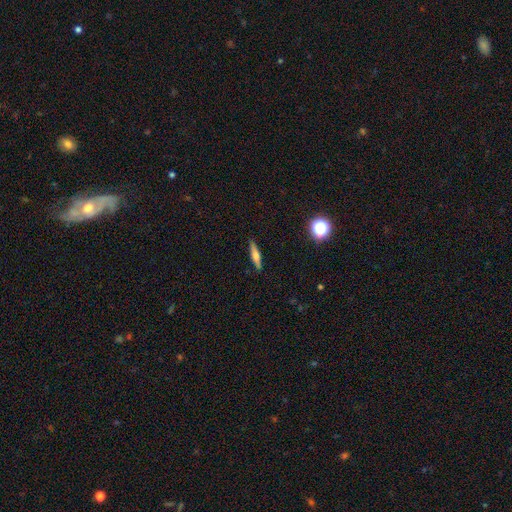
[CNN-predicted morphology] Overall: smooth (46%, tied with featured or disk). Merging: none (89%).